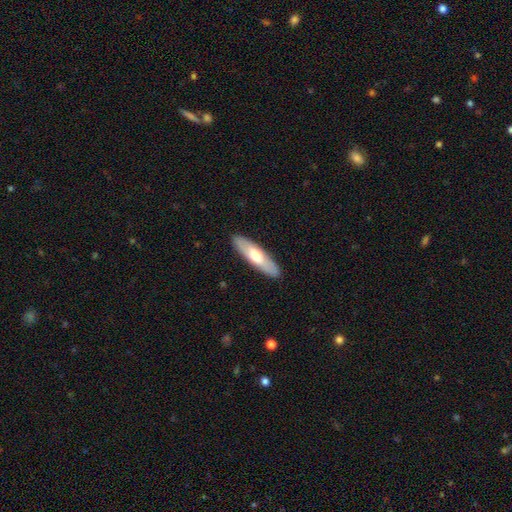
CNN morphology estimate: smooth-or-featured: smooth: 60% | featured or disk: 35% | star or artifact: 5%
  how-rounded: cigar-shaped: 69% | in between: 30% | round: 2%
  merging: none: 90% | minor disturbance: 7% | major disturbance: 2% | merger: 1%